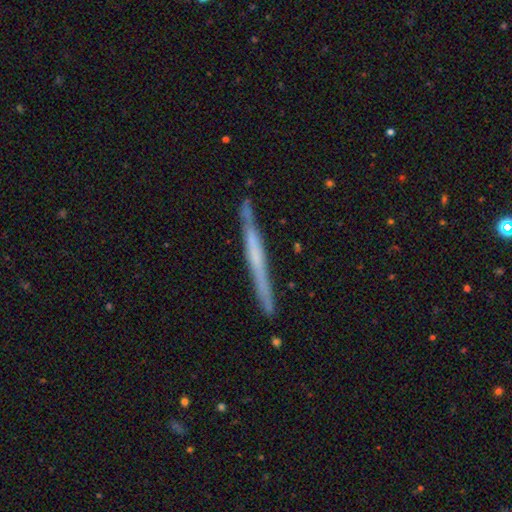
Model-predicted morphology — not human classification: Smooth or featured? featured or disk (59%)
Edge-on disk? yes (96%)
Edge-on bulge? none (78%)
Merging? none (87%)